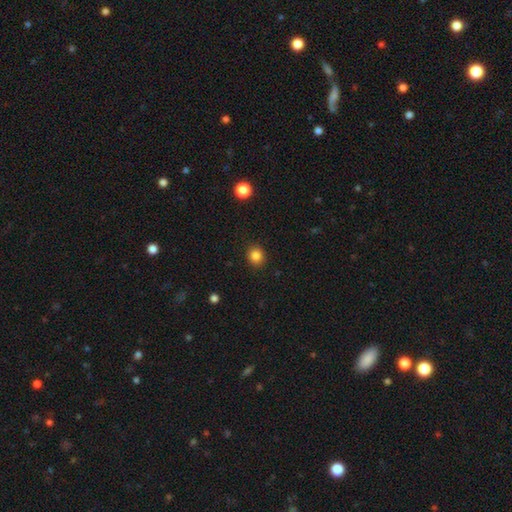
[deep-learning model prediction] Morphology: type=smooth (84%); roundness=round (82%); merging=none (91%).